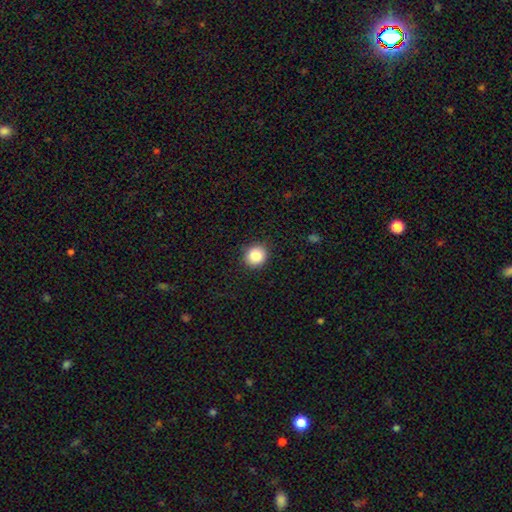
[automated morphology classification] Smooth or featured: smooth — 86% (star or artifact — 9%)
How rounded: round — 83% (in between — 16%)
Merging: none — 90% (minor disturbance — 7%)